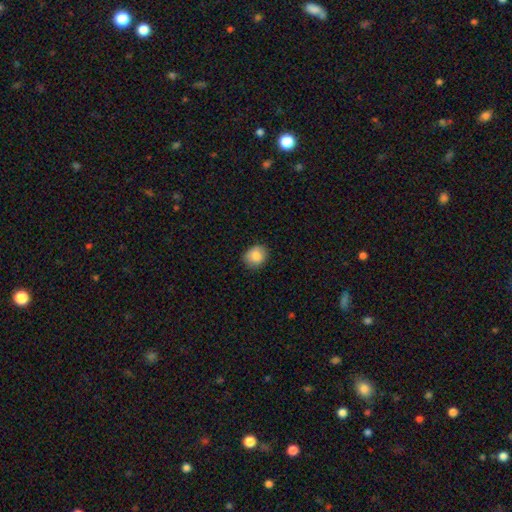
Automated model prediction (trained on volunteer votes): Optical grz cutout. It shows a smooth galaxy with no disk features (85%) that is round (69%). Merging: none (86%).